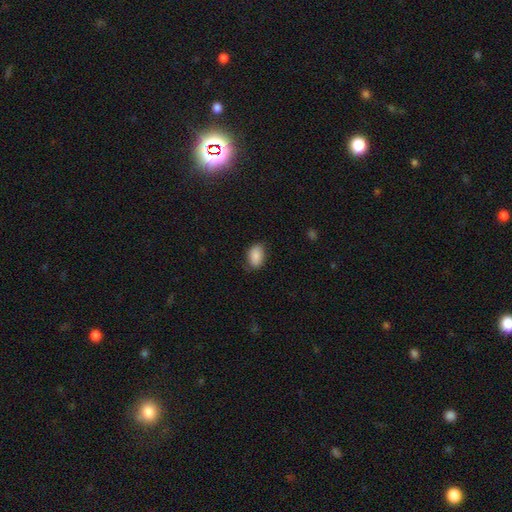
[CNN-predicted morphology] smooth_or_featured: smooth (p=0.88) [alt: star or artifact p=0.07]
how_rounded: in between (p=0.89) [alt: round p=0.10]
merging: none (p=0.78) [alt: minor disturbance p=0.17]